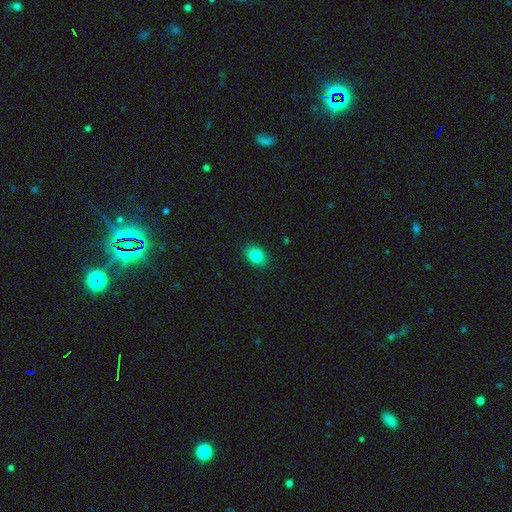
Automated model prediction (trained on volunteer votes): A smooth galaxy with no disk features (82%) that is in between round and cigar-shaped (69%).

Vote fractions:
- Smooth or featured? smooth: 82% / star or artifact: 10% / featured or disk: 8%
- How rounded? in between: 69% / round: 30% / cigar-shaped: 1%
- Merging? none: 89% / minor disturbance: 8% / major disturbance: 2% / merger: 1%